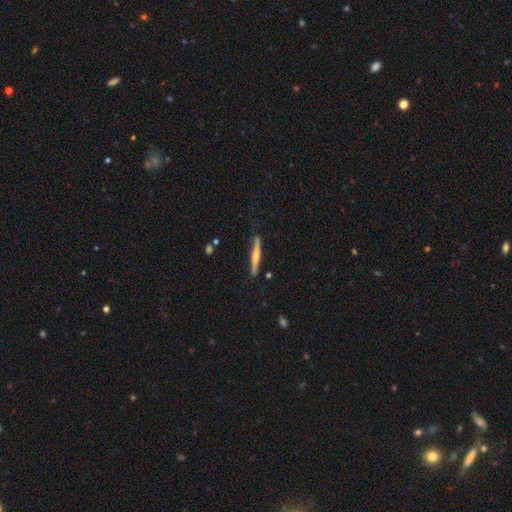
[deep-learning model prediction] The model was most divided on "smooth or featured": featured or disk: 62%, smooth: 33%, star or artifact: 5%. More confident: edge-on disk — yes (97%); merging — none (86%); edge-on bulge — rounded (85%).